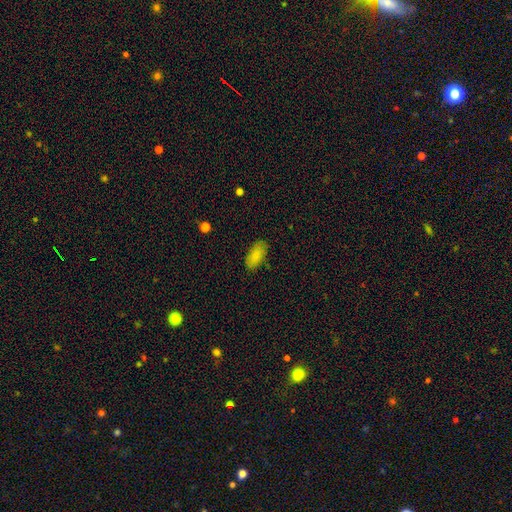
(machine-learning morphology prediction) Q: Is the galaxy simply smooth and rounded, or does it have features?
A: smooth — 86%.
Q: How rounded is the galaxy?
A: in between — 91%.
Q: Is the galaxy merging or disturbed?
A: none — 84%.